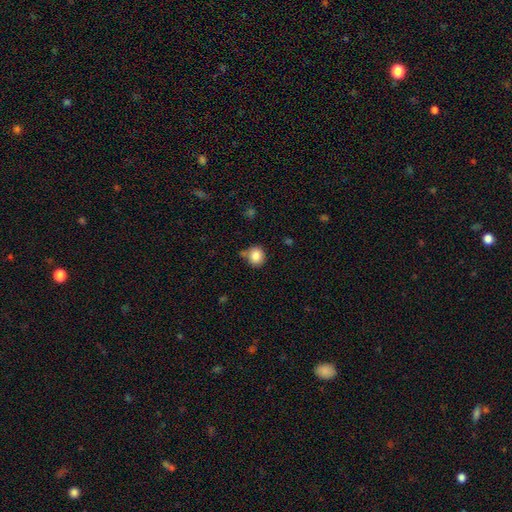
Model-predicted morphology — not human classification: The model was most divided on "merging": none: 71%, minor disturbance: 16%, merger: 9%, major disturbance: 4%. More confident: smooth or featured — smooth (86%); how rounded — round (79%).